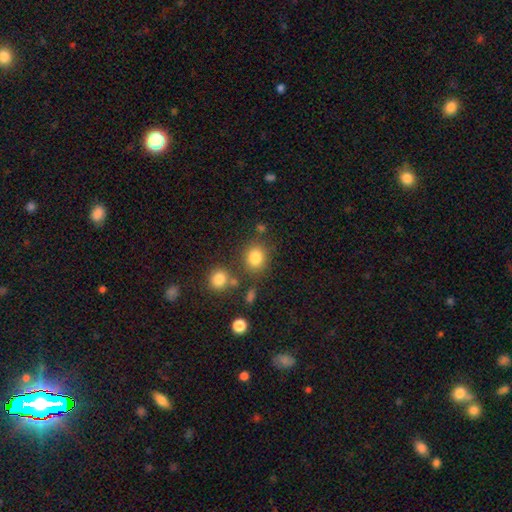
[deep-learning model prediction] Q: Smooth or featured?
A: smooth (83%); runner-up: star or artifact (11%)
Q: How rounded?
A: round (66%); runner-up: in between (33%)
Q: Merging?
A: none (74%); runner-up: minor disturbance (12%)